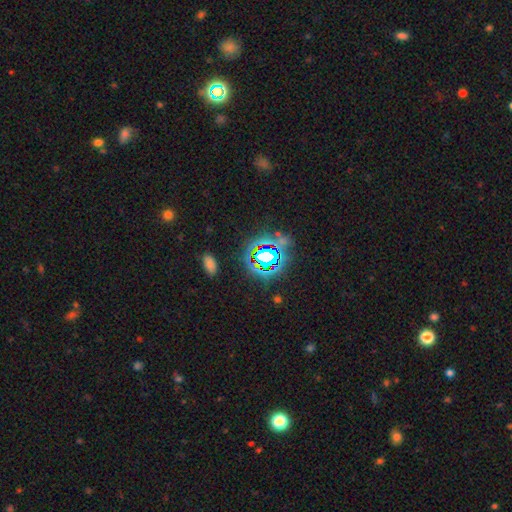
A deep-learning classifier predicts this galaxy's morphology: Smooth or featured?
  - star or artifact: 69% *
  - smooth: 20%
  - featured or disk: 11%